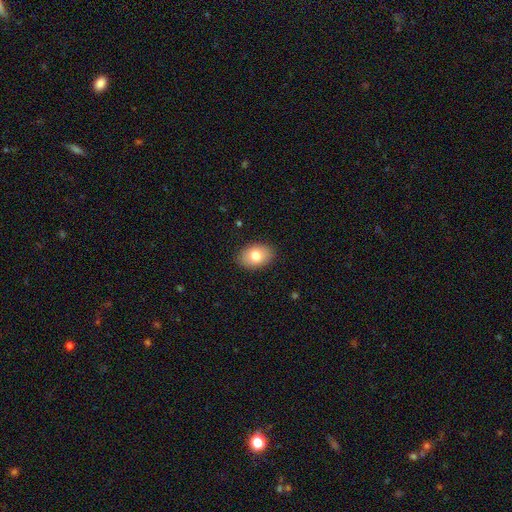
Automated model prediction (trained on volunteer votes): Smooth or featured: smooth — 79% (featured or disk — 13%)
How rounded: in between — 82% (round — 17%)
Merging: none — 88% (minor disturbance — 9%)